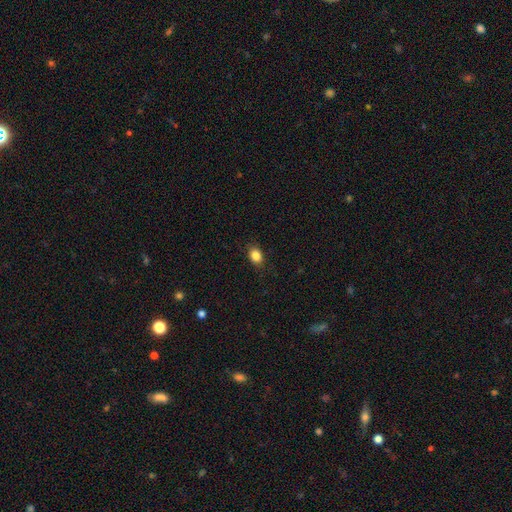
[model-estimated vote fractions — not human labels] smooth 86%, star or artifact 9%, featured or disk 5%. Down the decision tree: how rounded — in between (71%); merging — none (87%).